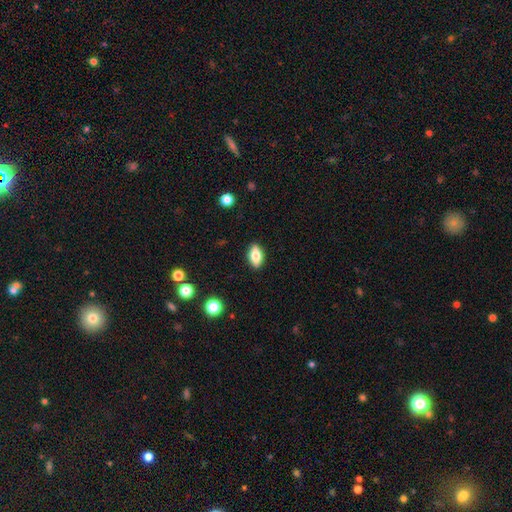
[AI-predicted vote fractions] Smooth or featured: smooth — 73% (featured or disk — 19%)
How rounded: in between — 87% (cigar-shaped — 8%)
Merging: none — 88% (minor disturbance — 9%)